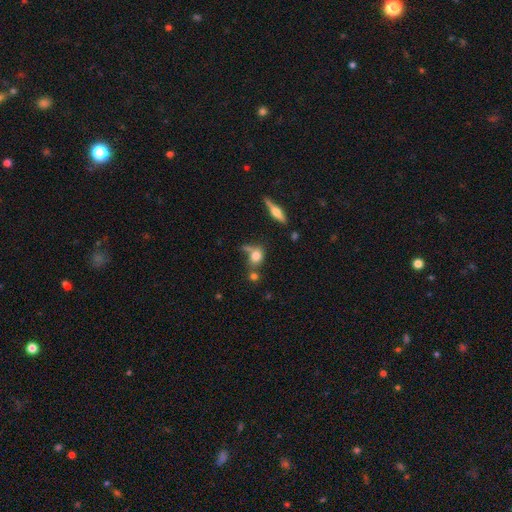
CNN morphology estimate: Smooth or featured: smooth — 75% (featured or disk — 15%)
How rounded: round — 53% (in between — 43%)
Merging: none — 48% (merger — 26%)